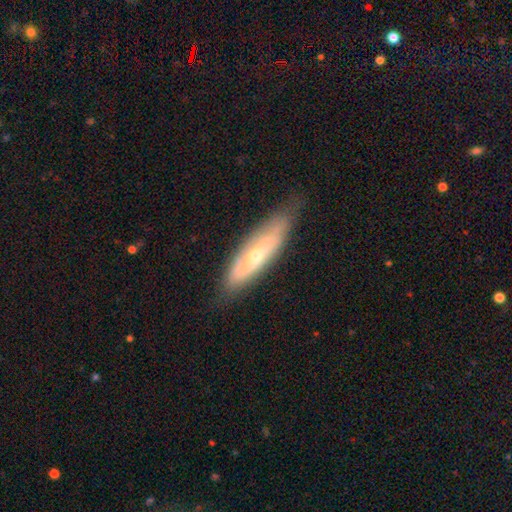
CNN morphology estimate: This appears to be a featured or disk galaxy (60%). Merging: none (68%).